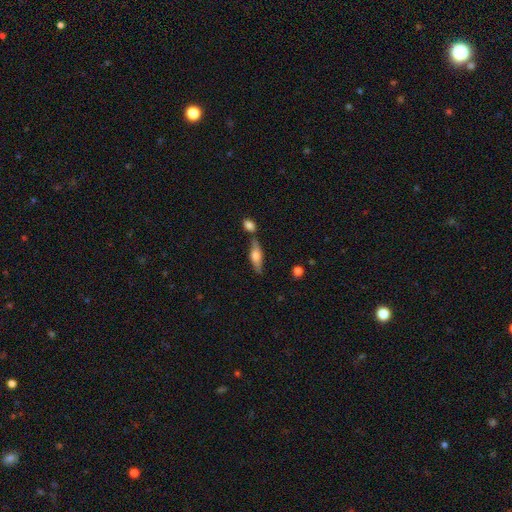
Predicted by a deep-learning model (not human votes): smooth 53%, featured or disk 41%, star or artifact 7%. Down the decision tree: how rounded — in between (52%); merging — none (62%).